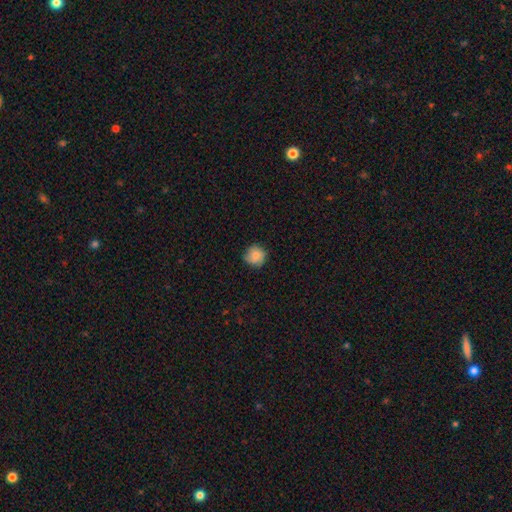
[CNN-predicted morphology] The model was most divided on "merging": none: 79%, minor disturbance: 17%, major disturbance: 3%, merger: 1%. More confident: how rounded — round (92%); smooth or featured — smooth (85%).